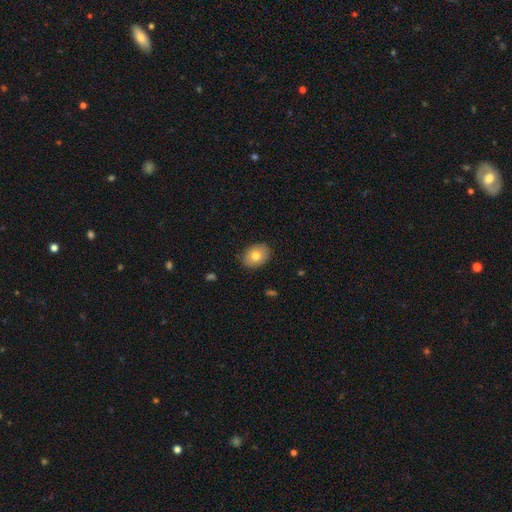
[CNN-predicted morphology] Smooth or featured: smooth — 77% (featured or disk — 15%)
How rounded: in between — 68% (round — 31%)
Merging: none — 87% (minor disturbance — 10%)